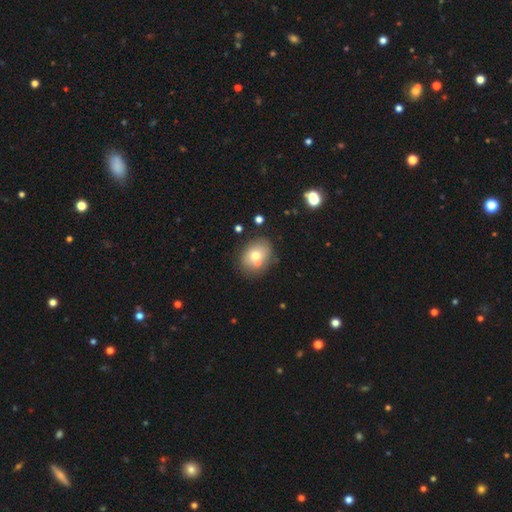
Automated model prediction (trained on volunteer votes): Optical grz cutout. It shows a smooth galaxy with no disk features (70%) that is in between round and cigar-shaped (53%). Merging: none (71%).